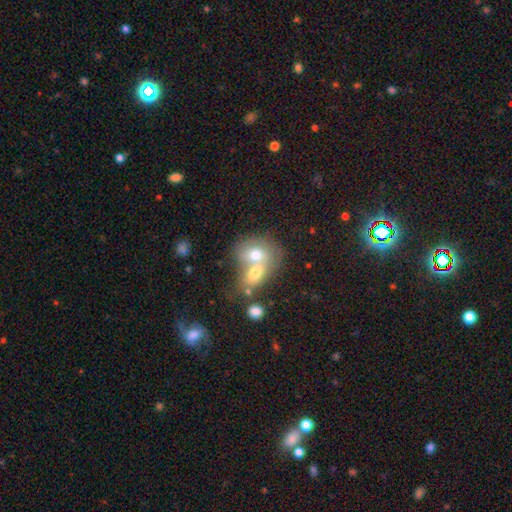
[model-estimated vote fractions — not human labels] Overall: smooth (49%; featured or disk 26%). Merging: merger (64%; none 25%).